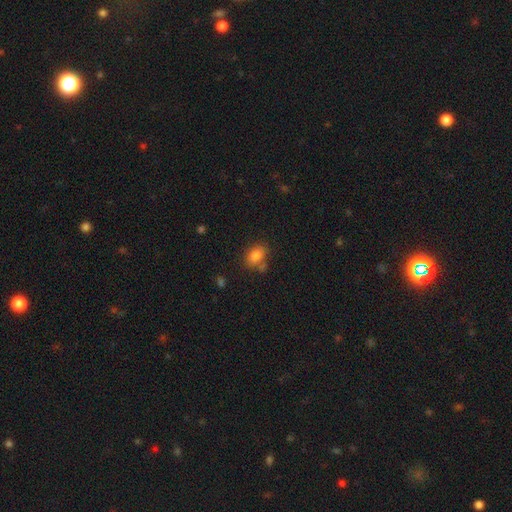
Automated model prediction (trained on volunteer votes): Smooth or featured?
  - smooth: 83% *
  - star or artifact: 9%
  - featured or disk: 8%
How rounded?
  - in between: 82% *
  - round: 17%
  - cigar-shaped: 2%
Merging?
  - none: 66% *
  - minor disturbance: 16%
  - merger: 13%
  - major disturbance: 5%